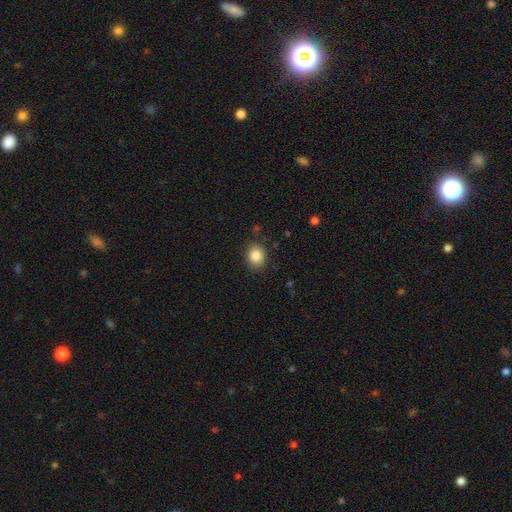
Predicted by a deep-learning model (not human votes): Smooth or featured?
  - smooth: 84% *
  - star or artifact: 10%
  - featured or disk: 6%
How rounded?
  - round: 66% *
  - in between: 33%
  - cigar-shaped: 1%
Merging?
  - none: 87% *
  - minor disturbance: 9%
  - major disturbance: 2%
  - merger: 1%